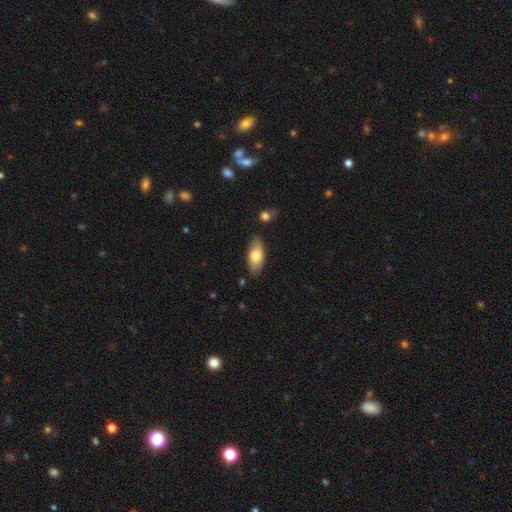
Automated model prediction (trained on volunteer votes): Morphology: type=smooth (77%); roundness=in between (88%); merging=none (82%).